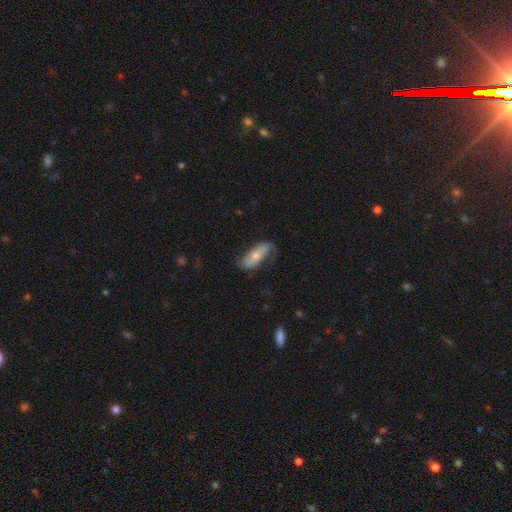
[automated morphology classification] Smooth or featured? smooth (60%)
How rounded? in between (64%)
Merging? none (67%)